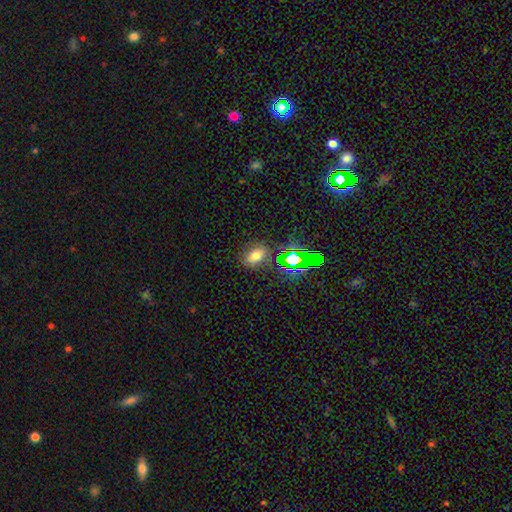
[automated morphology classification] Overall: smooth (63%; star or artifact 26%). How rounded: in between (75%). Merging: none (79%).